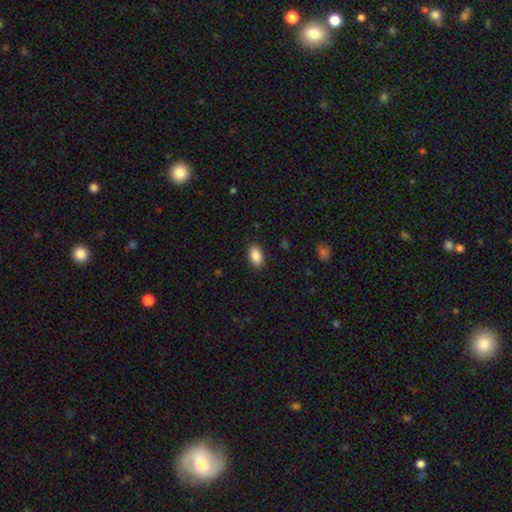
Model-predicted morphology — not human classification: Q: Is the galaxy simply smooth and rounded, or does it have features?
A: smooth — 89%.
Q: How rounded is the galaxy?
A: in between — 92%.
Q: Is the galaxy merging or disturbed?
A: none — 88%.